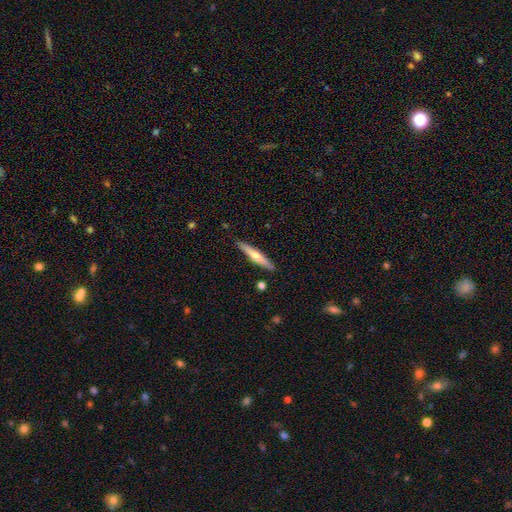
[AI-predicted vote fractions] Smooth or featured? Predicted: featured or disk (p=0.50). Edge-on disk? Predicted: yes (p=0.95). Merging? Predicted: none (p=0.89).